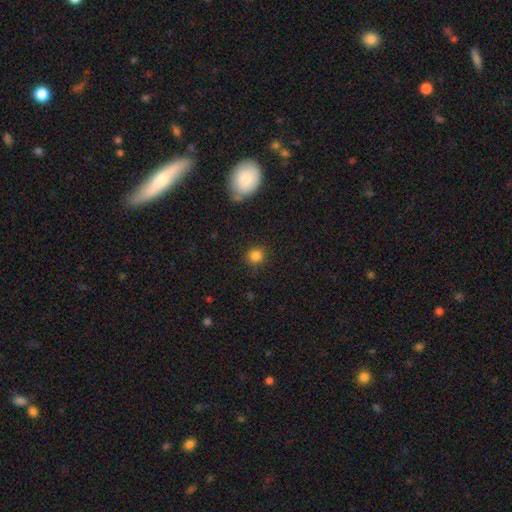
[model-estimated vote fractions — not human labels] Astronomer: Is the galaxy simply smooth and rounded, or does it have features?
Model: smooth — 84%.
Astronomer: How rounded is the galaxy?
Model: round — 90%.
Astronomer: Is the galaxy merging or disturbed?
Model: none — 89%.